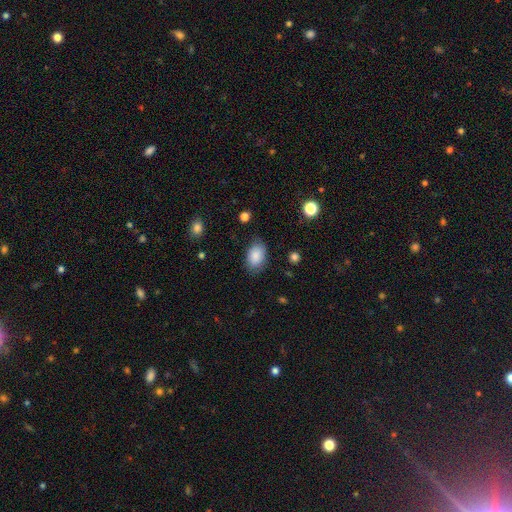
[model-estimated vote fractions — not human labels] Smooth or featured: smooth — 86% (star or artifact — 7%)
How rounded: in between — 89% (round — 10%)
Merging: none — 78% (minor disturbance — 16%)